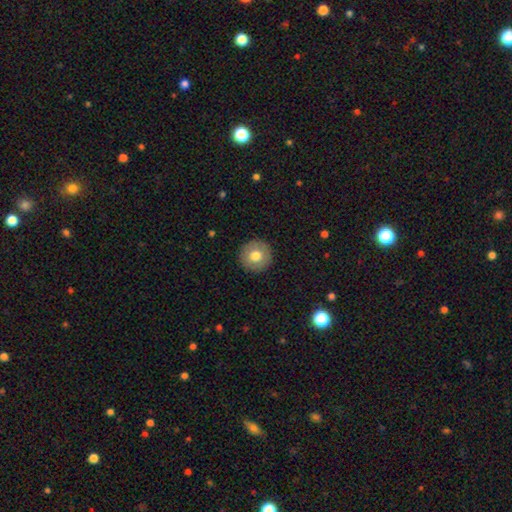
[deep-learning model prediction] smooth_or_featured: smooth (p=0.73) [alt: featured or disk p=0.19]
how_rounded: round (p=0.96) [alt: in between p=0.03]
merging: none (p=0.91) [alt: minor disturbance p=0.06]